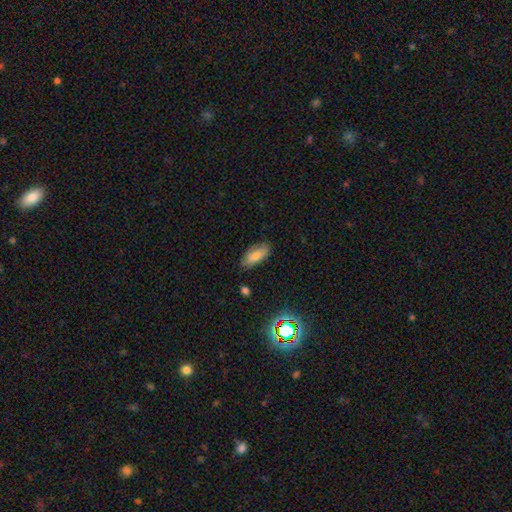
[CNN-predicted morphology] smooth_or_featured: smooth (p=0.74) [alt: featured or disk p=0.15]
how_rounded: in between (p=0.83) [alt: cigar-shaped p=0.14]
merging: none (p=0.80) [alt: minor disturbance p=0.16]